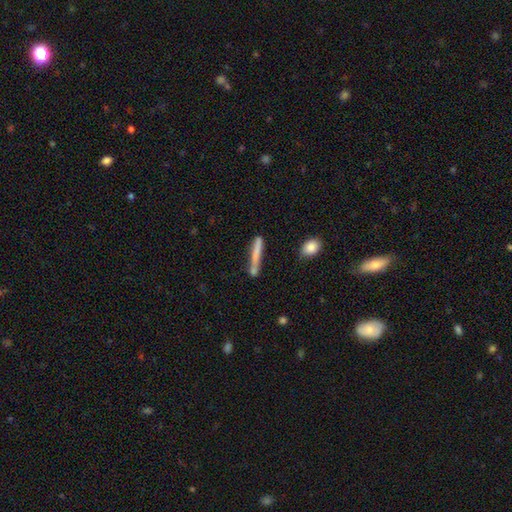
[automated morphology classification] A smooth galaxy with no disk features (66%) that is cigar-shaped (94%).

Vote fractions:
- Smooth or featured? smooth: 66% / featured or disk: 27% / star or artifact: 8%
- How rounded? cigar-shaped: 94% / in between: 4% / round: 2%
- Merging? none: 71% / minor disturbance: 15% / merger: 9% / major disturbance: 4%